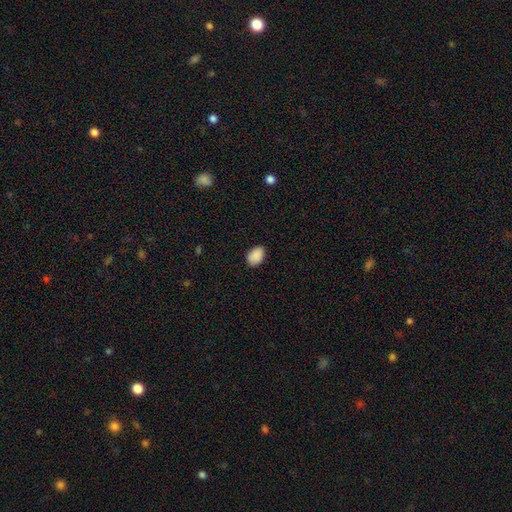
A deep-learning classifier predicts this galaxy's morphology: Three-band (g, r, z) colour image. It shows a smooth galaxy with no disk features (90%) that is in between round and cigar-shaped (84%). Merging: none (85%).